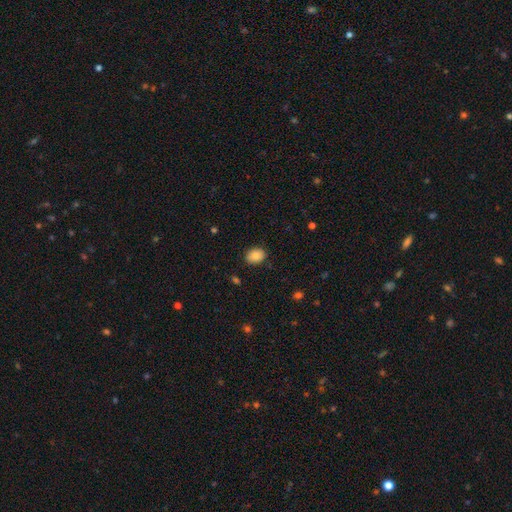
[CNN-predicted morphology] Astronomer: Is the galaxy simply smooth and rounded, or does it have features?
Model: smooth — 86%.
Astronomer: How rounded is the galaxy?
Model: in between — 67%.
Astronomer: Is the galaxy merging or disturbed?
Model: none — 85%.